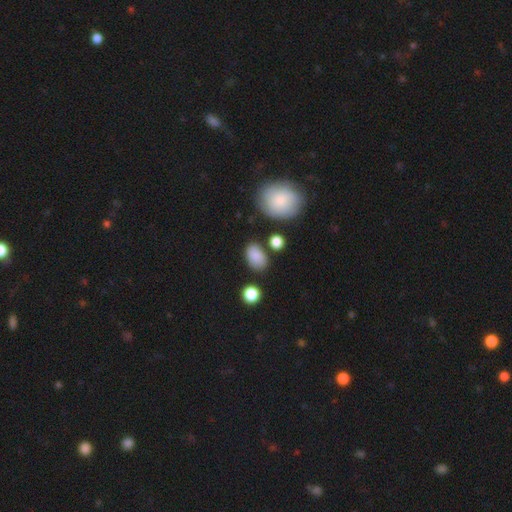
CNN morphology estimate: A smooth galaxy with no disk features (85%) that is in between round and cigar-shaped (86%).

Vote fractions:
- Smooth or featured? smooth: 85% / star or artifact: 9% / featured or disk: 6%
- How rounded? in between: 86% / round: 12% / cigar-shaped: 1%
- Merging? none: 76% / minor disturbance: 15% / merger: 5% / major disturbance: 4%